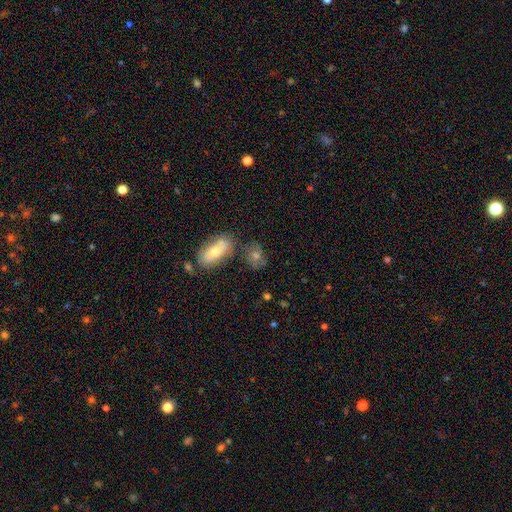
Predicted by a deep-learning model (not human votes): smooth_or_featured: smooth (p=0.55) [alt: featured or disk p=0.29]
how_rounded: in between (p=0.62) [alt: round p=0.33]
merging: none (p=0.54) [alt: merger p=0.24]